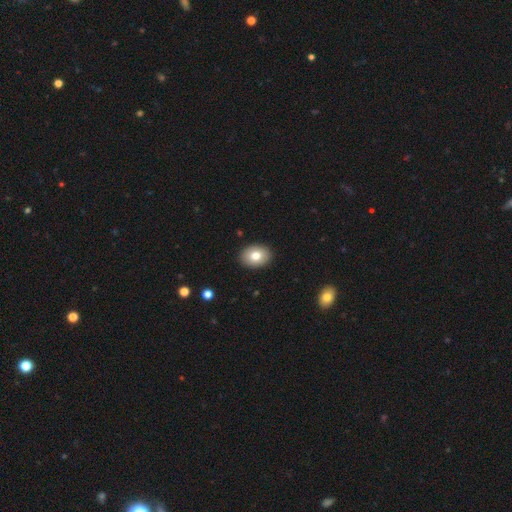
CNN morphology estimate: A smooth galaxy with no disk features (79%) that is in between round and cigar-shaped (72%).

Vote fractions:
- Smooth or featured? smooth: 79% / featured or disk: 13% / star or artifact: 8%
- How rounded? in between: 72% / round: 27% / cigar-shaped: 1%
- Merging? none: 91% / minor disturbance: 7% / major disturbance: 2% / merger: 1%